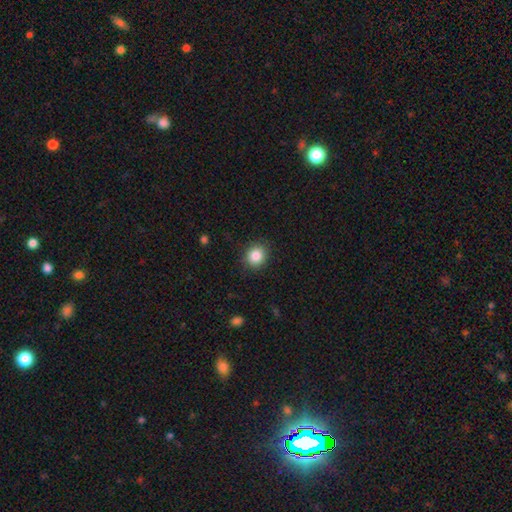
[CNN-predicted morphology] Smooth or featured?
  - smooth: 86% *
  - star or artifact: 10%
  - featured or disk: 5%
How rounded?
  - round: 78% *
  - in between: 21%
  - cigar-shaped: 1%
Merging?
  - none: 88% *
  - minor disturbance: 8%
  - major disturbance: 3%
  - merger: 1%